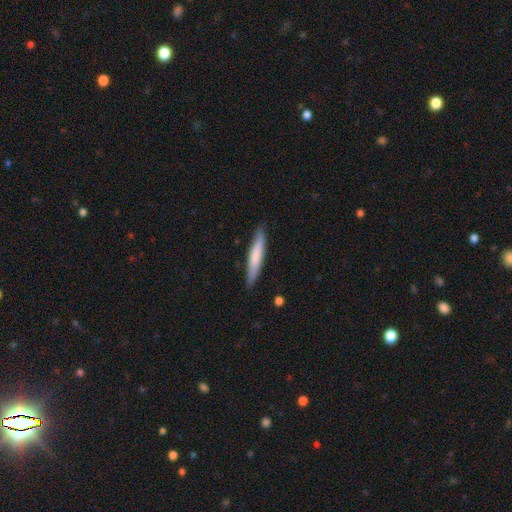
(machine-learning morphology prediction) Overall: smooth (70%). How rounded: cigar-shaped (93%). Merging: none (88%).